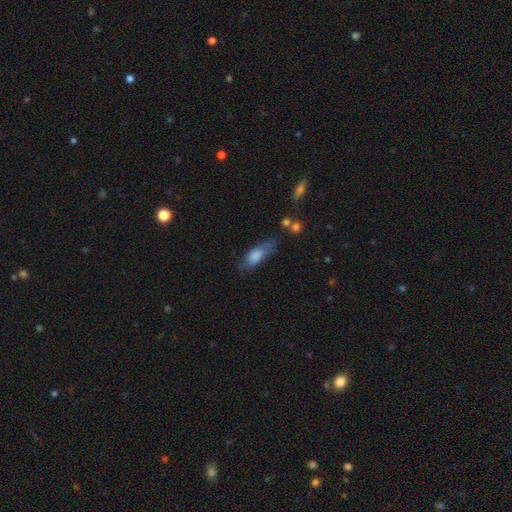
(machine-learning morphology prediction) Smooth or featured? smooth (74%)
How rounded? in between (70%)
Merging? none (42%)